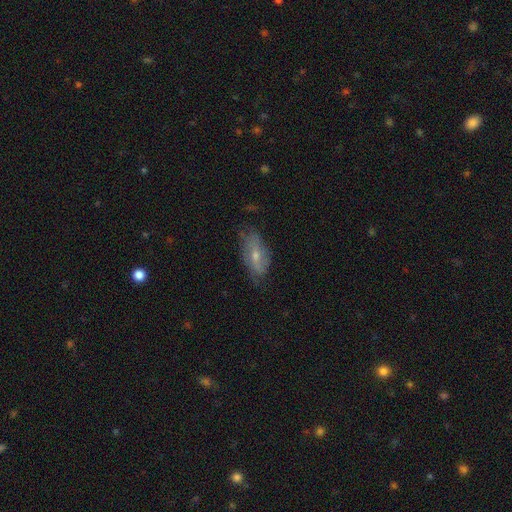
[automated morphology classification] Smooth or featured?
  - featured or disk: 55% *
  - smooth: 35%
  - star or artifact: 9%
Edge-on disk?
  - no: 84% *
  - yes: 16%
Merging?
  - none: 66% *
  - minor disturbance: 25%
  - major disturbance: 7%
  - merger: 1%